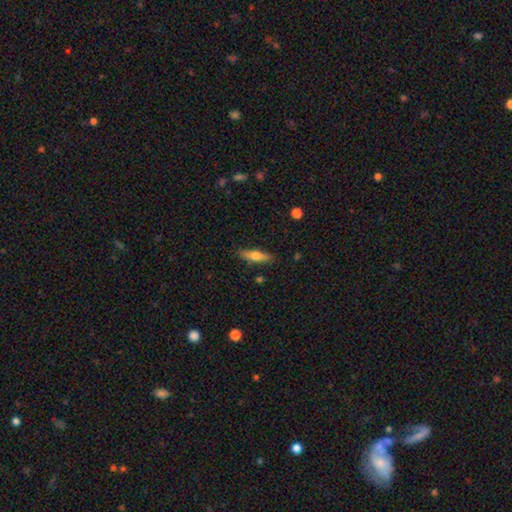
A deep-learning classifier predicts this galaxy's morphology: smooth 58%, featured or disk 36%, star or artifact 6%. Down the decision tree: how rounded — cigar-shaped (72%); merging — none (86%).